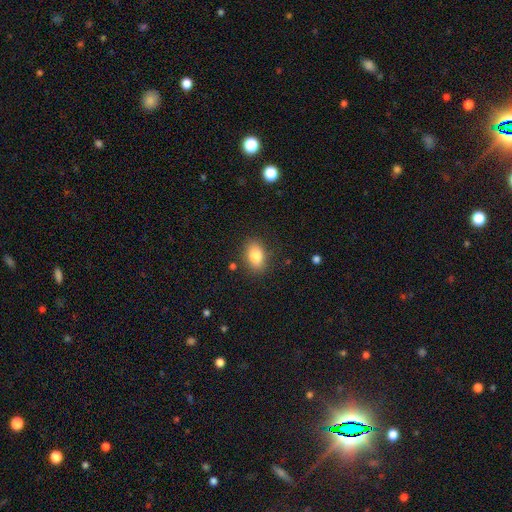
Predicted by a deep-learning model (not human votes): Morphology: type=smooth (83%); roundness=in between (83%); merging=none (83%).